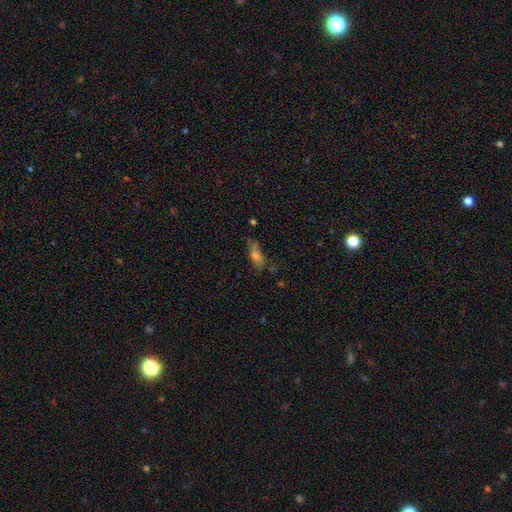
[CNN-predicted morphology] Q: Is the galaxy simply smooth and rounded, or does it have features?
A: smooth — 56%.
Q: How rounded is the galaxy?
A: in between — 54%.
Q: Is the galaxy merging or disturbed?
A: none — 57%.